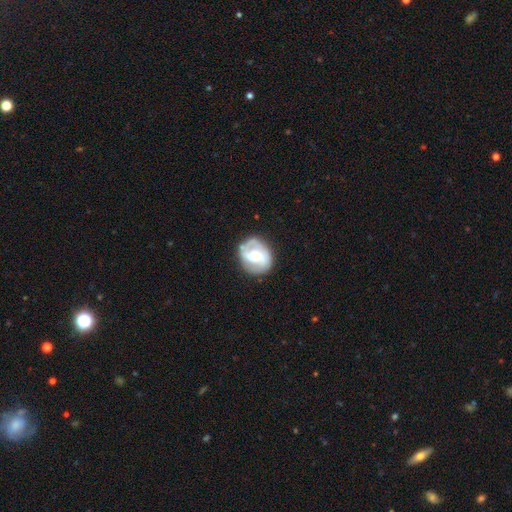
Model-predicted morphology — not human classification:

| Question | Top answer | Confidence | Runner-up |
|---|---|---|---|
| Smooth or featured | featured or disk | 68% | smooth (26%) |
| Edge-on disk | no | 97% | yes (3%) |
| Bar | no | 46% | weak (38%) |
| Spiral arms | yes | 80% | no (20%) |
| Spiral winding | medium | 43% | tight (37%) |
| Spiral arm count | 2 | 69% | can't tell (16%) |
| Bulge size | moderate | 47% | small (43%) |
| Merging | none | 71% | minor disturbance (19%) |